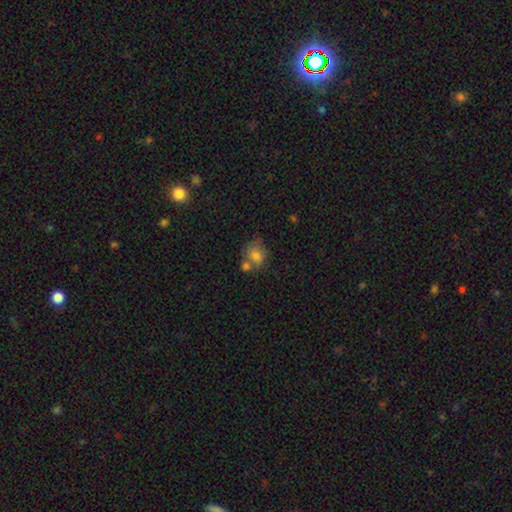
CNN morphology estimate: Q: Smooth or featured?
A: smooth (76%); runner-up: featured or disk (14%)
Q: How rounded?
A: round (62%); runner-up: in between (37%)
Q: Merging?
A: none (43%); runner-up: merger (32%)